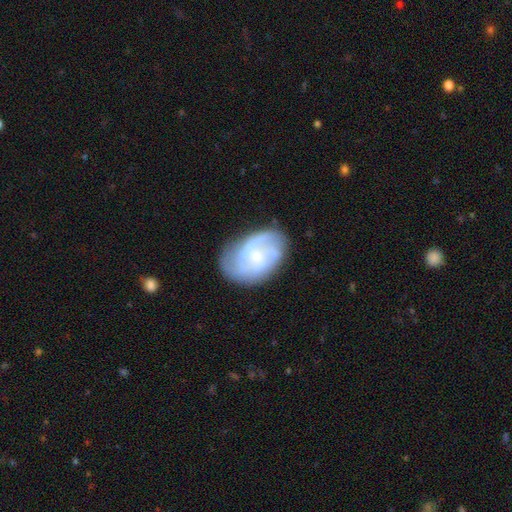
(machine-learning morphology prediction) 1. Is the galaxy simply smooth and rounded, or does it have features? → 74% featured or disk, 20% smooth, 6% star or artifact.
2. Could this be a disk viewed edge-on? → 97% no, 3% yes.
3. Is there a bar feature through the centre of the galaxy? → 64% no, 31% weak, 4% strong.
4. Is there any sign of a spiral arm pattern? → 91% yes, 9% no.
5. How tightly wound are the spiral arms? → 42% tight, 41% medium, 17% loose.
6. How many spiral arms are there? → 30% 2 (tied), 30% can't tell (tied), 24% 3, 7% 4, 5% 1, 4% more than 4.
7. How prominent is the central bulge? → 64% small, 27% moderate, 7% none, 2% large, 1% dominant.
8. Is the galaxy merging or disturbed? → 68% none, 22% minor disturbance, 8% major disturbance, 2% merger.